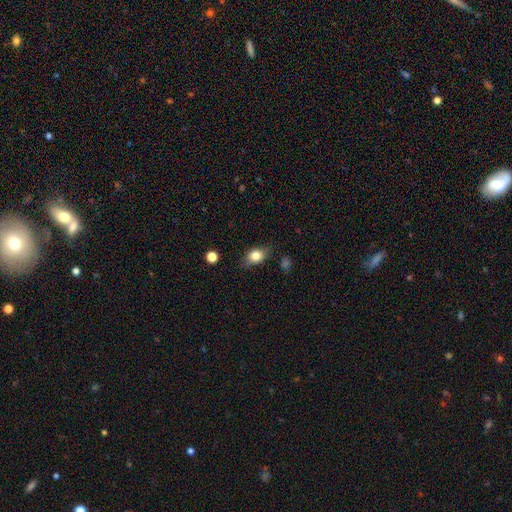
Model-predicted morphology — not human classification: Smooth or featured: smooth — 78% (featured or disk — 13%)
How rounded: in between — 66% (round — 31%)
Merging: none — 73% (minor disturbance — 20%)